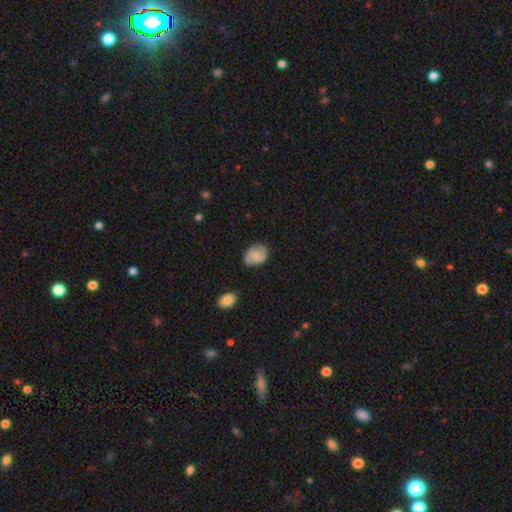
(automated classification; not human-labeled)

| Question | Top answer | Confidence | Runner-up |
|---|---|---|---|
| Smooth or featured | featured or disk | 51% | smooth (42%) |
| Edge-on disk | no | 97% | yes (3%) |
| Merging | none | 76% | minor disturbance (17%) |